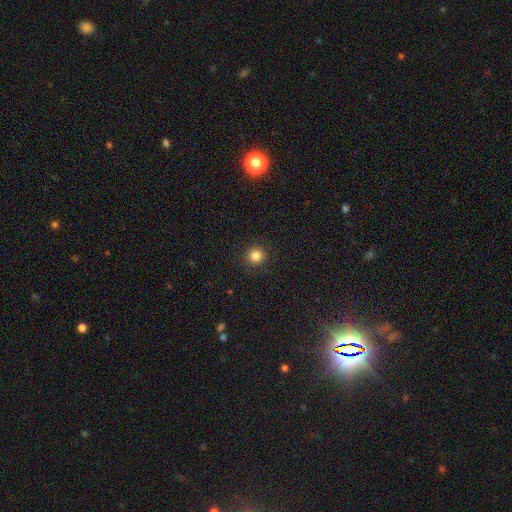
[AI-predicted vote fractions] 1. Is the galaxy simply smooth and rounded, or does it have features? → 84% smooth, 12% star or artifact, 4% featured or disk.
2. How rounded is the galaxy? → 94% round, 5% in between, 1% cigar-shaped.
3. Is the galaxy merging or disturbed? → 92% none, 5% minor disturbance, 2% major disturbance, 1% merger.